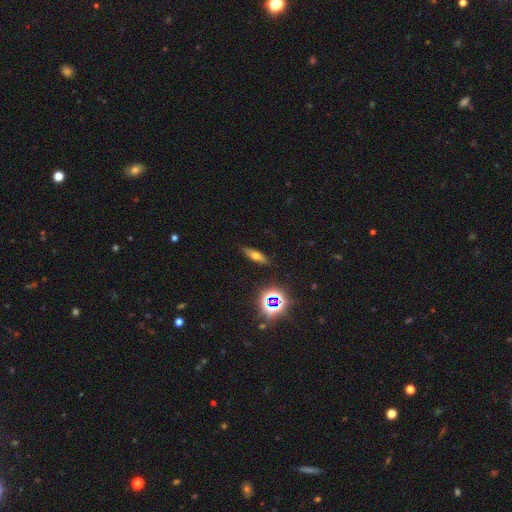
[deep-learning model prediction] Smooth or featured?
  - smooth: 51% *
  - featured or disk: 28%
  - star or artifact: 21%
How rounded?
  - cigar-shaped: 48% *
  - in between: 46%
  - round: 6%
Merging?
  - none: 87% *
  - minor disturbance: 9%
  - major disturbance: 2%
  - merger: 1%